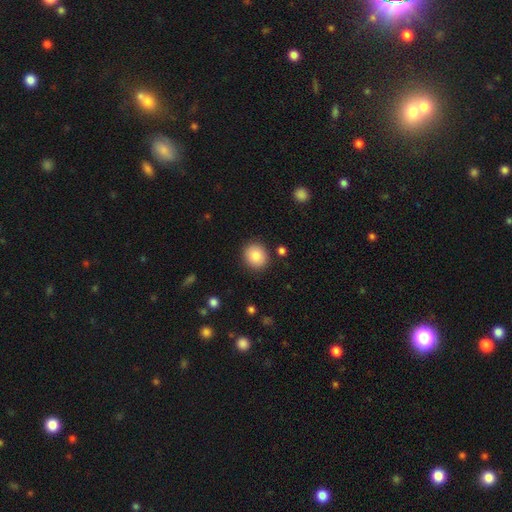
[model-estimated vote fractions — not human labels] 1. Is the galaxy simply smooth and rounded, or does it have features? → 86% smooth, 8% star or artifact, 6% featured or disk.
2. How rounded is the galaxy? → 77% round, 22% in between, 1% cigar-shaped.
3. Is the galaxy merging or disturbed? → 88% none, 8% minor disturbance, 2% major disturbance, 2% merger.